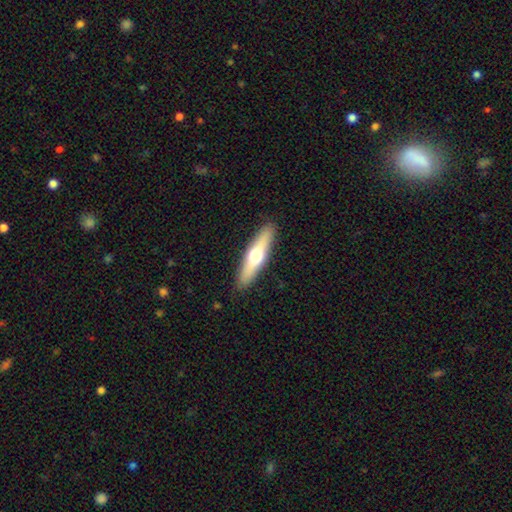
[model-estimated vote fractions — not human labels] Smooth or featured?
  - featured or disk: 47% * (tied)
  - smooth: 47% * (tied)
  - star or artifact: 6%
Merging?
  - none: 90% *
  - minor disturbance: 7%
  - major disturbance: 2%
  - merger: 1%